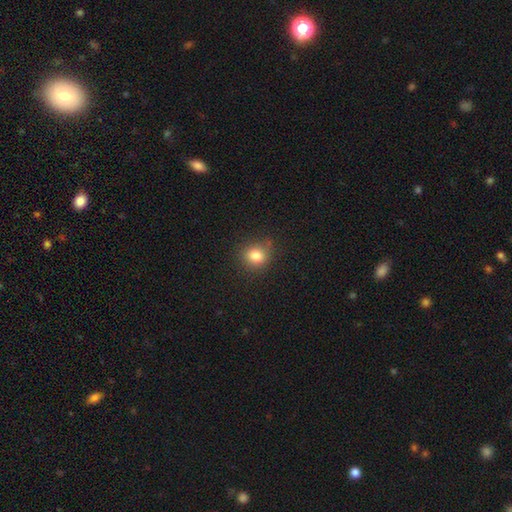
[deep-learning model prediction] smooth_or_featured: smooth (p=0.82) [alt: star or artifact p=0.12]
how_rounded: round (p=0.79) [alt: in between p=0.20]
merging: none (p=0.80) [alt: minor disturbance p=0.15]